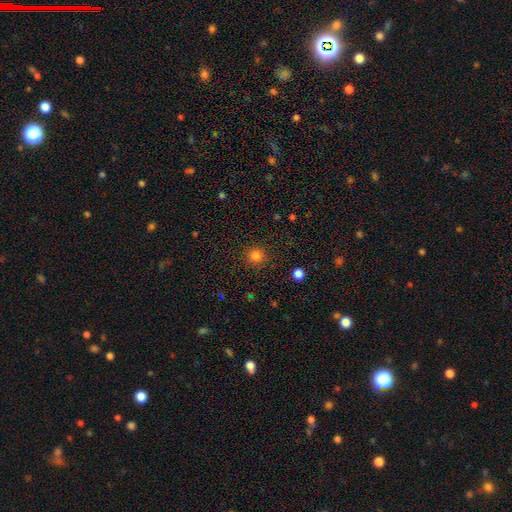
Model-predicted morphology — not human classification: A smooth galaxy with no disk features (82%) that is round (93%).

Vote fractions:
- Smooth or featured? smooth: 82% / star or artifact: 14% / featured or disk: 4%
- How rounded? round: 93% / in between: 6% / cigar-shaped: 1%
- Merging? none: 90% / minor disturbance: 7% / major disturbance: 3% / merger: 1%